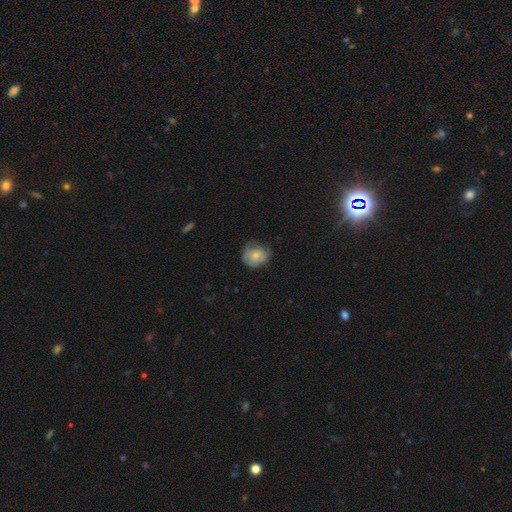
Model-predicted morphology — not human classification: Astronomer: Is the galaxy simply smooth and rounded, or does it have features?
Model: smooth — 72%.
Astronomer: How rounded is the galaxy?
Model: round — 69%.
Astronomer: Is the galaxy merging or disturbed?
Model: none — 58%.